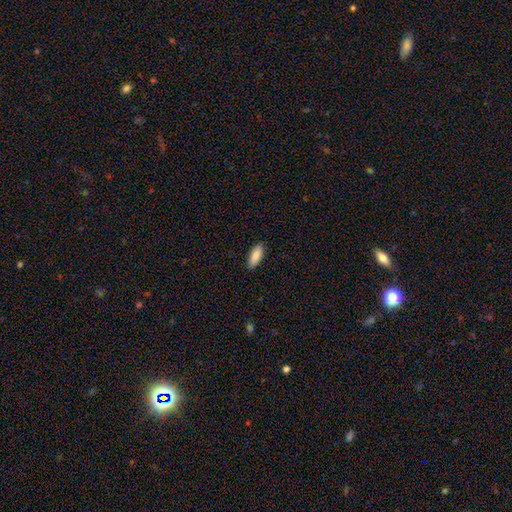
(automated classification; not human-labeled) Overall: smooth (87%). How rounded: in between (79%). Merging: none (87%).